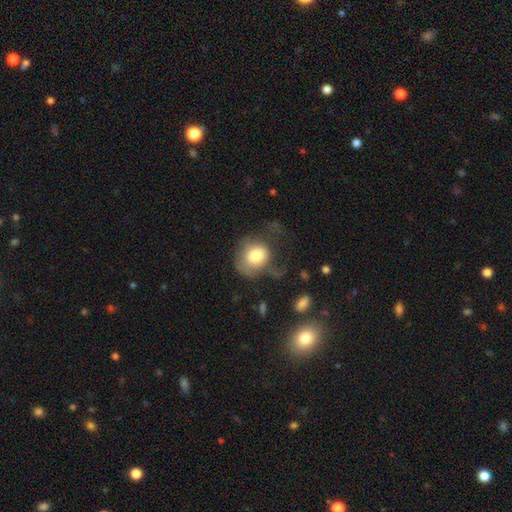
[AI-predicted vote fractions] The model was most divided on "merging": major disturbance: 42%, none: 31%, minor disturbance: 24%, merger: 3%. More confident: smooth or featured — smooth (74%); how rounded — round (62%).